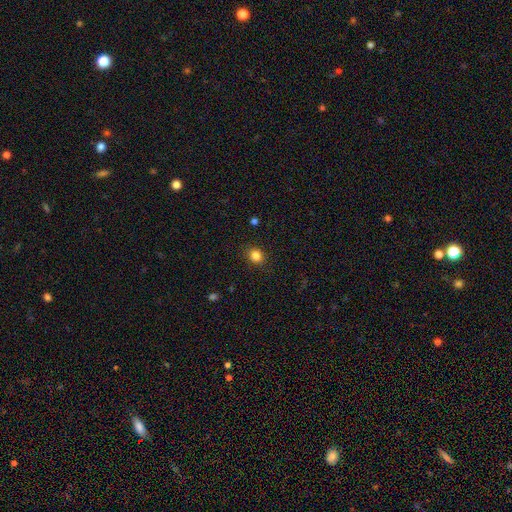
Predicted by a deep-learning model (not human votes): smooth_or_featured: smooth (p=0.84) [alt: star or artifact p=0.11]
how_rounded: round (p=0.70) [alt: in between p=0.29]
merging: none (p=0.89) [alt: minor disturbance p=0.08]